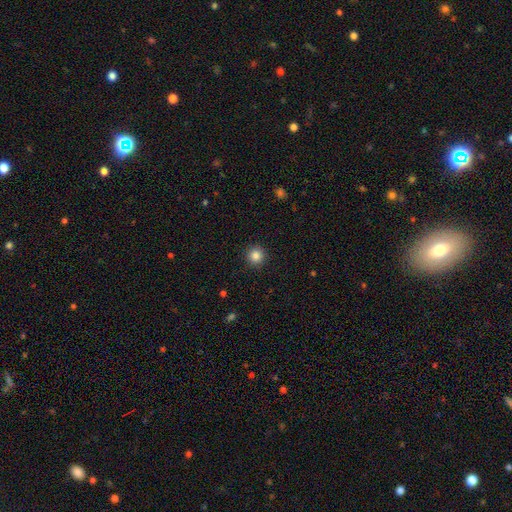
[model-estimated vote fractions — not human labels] smooth-or-featured: smooth: 85% | star or artifact: 11% | featured or disk: 5%
  how-rounded: round: 95% | in between: 4% | cigar-shaped: 1%
  merging: none: 92% | minor disturbance: 5% | major disturbance: 2% | merger: 1%